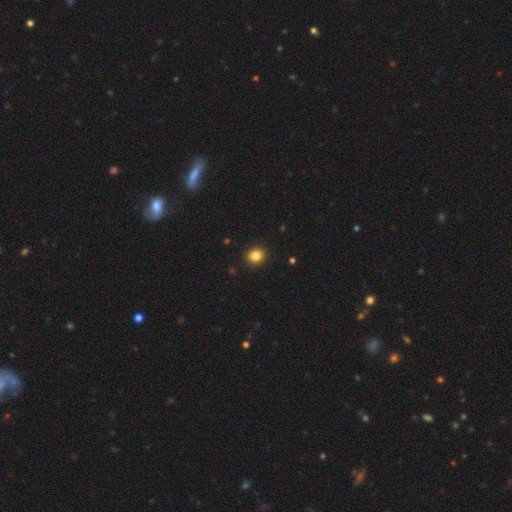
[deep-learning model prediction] The model was most divided on "how rounded": round: 80%, in between: 19%, cigar-shaped: 1%. More confident: merging — none (92%); smooth or featured — smooth (84%).